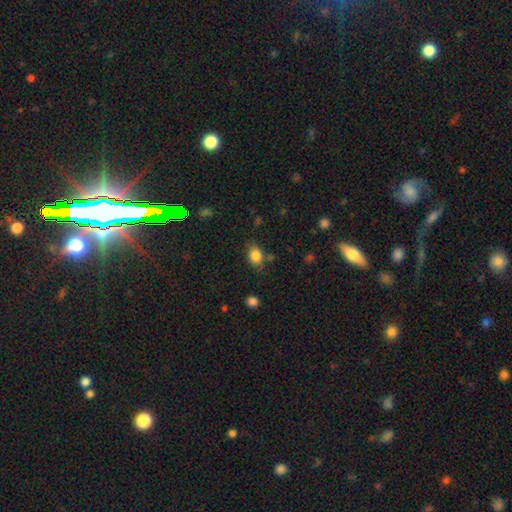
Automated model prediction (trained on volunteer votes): Overall: smooth (83%). How rounded: in between (62%; round 37%). Merging: none (74%).